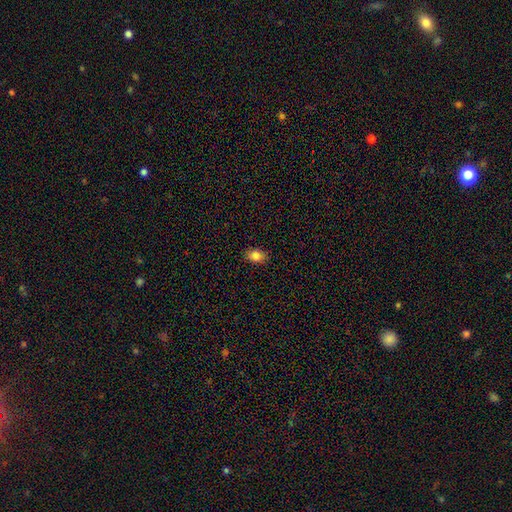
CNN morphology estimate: This is clearly a smooth galaxy (84%). How rounded: likely in between (70%). Merging: clearly none (86%).